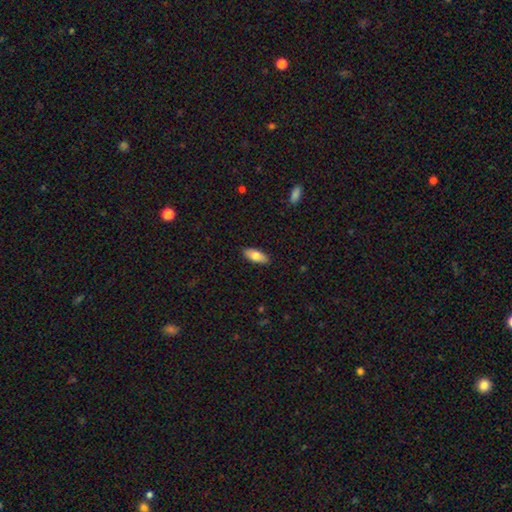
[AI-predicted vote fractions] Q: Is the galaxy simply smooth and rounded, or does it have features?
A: smooth — 77%.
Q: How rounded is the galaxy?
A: in between — 80%.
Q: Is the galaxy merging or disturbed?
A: none — 89%.